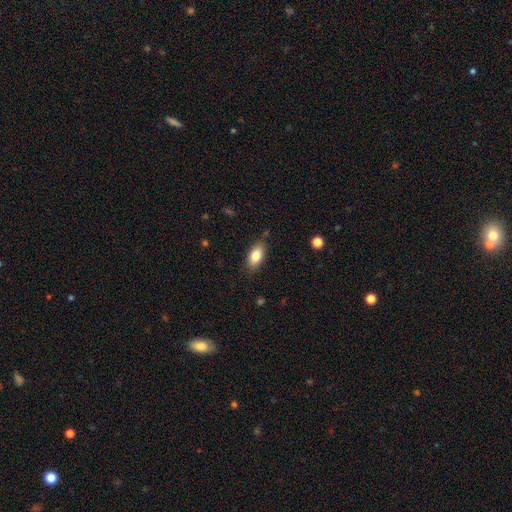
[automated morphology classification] smooth-or-featured: smooth: 81% | featured or disk: 11% | star or artifact: 7%
  how-rounded: in between: 89% | cigar-shaped: 7% | round: 4%
  merging: none: 80% | minor disturbance: 15% | major disturbance: 3% | merger: 2%